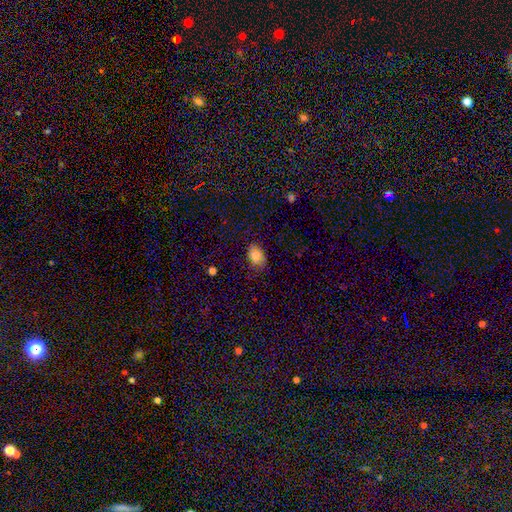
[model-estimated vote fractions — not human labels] smooth_or_featured: smooth (p=0.82) [alt: featured or disk p=0.09]
how_rounded: in between (p=0.81) [alt: round p=0.17]
merging: none (p=0.67) [alt: minor disturbance p=0.25]